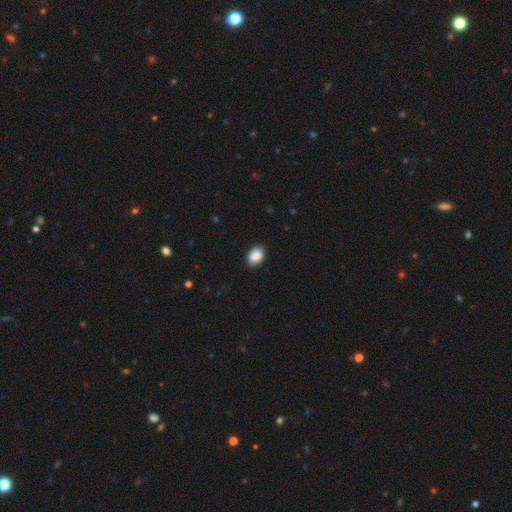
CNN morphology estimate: smooth 89%, star or artifact 7%, featured or disk 4%. Down the decision tree: how rounded — in between (81%); merging — none (85%).